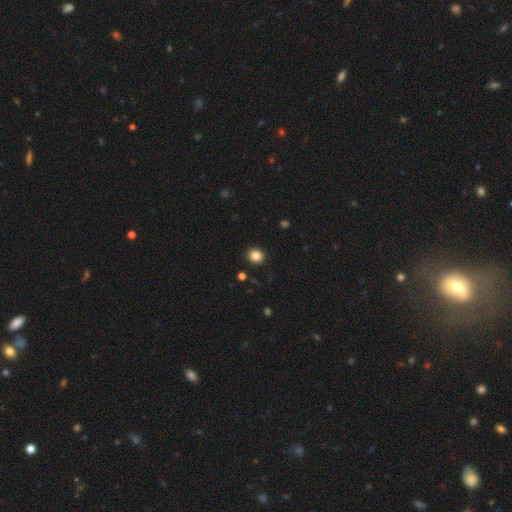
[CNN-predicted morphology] Overall: smooth (84%). How rounded: round (83%). Merging: none (91%).